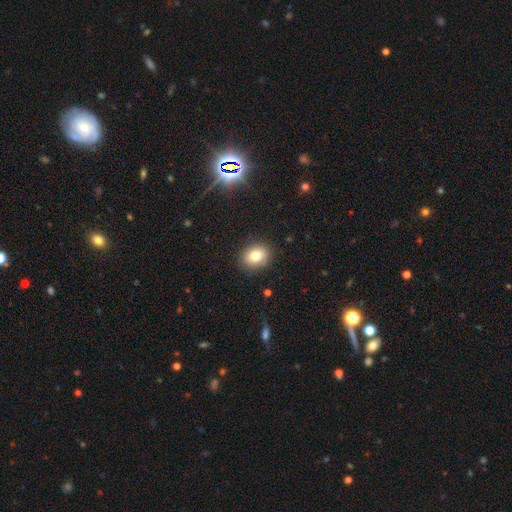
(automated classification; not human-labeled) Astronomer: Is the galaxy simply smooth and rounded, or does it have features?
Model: smooth — 79%.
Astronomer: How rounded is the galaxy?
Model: round — 57% (runner-up: in between, 43%).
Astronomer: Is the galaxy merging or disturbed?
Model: none — 88%.